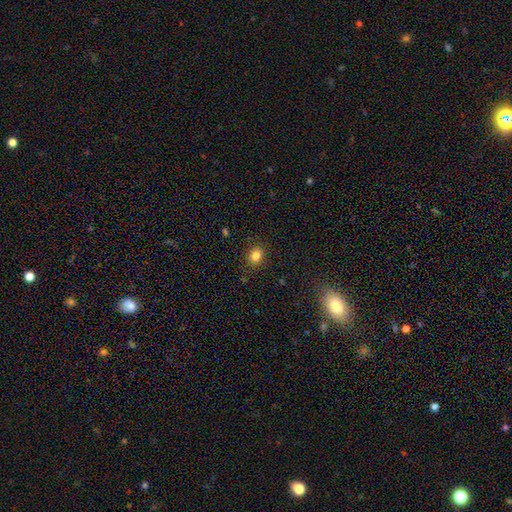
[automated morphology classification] Q: Smooth or featured?
A: smooth (83%); runner-up: star or artifact (12%)
Q: How rounded?
A: round (56%); runner-up: in between (43%)
Q: Merging?
A: none (87%); runner-up: minor disturbance (9%)